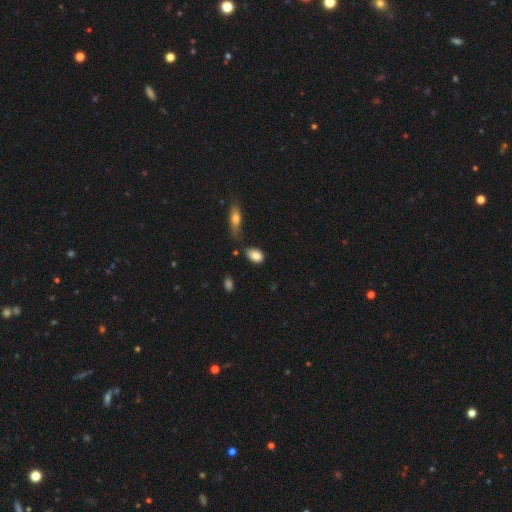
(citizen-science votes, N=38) This appears to be a smooth galaxy with no disk features (84%) that is in between round and cigar-shaped (72%). Merging: minor disturbance (66%).